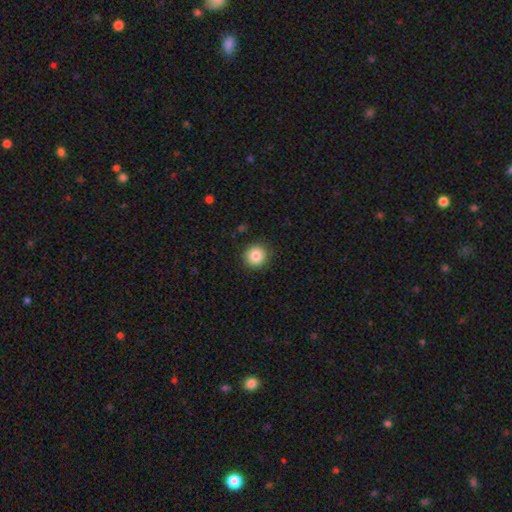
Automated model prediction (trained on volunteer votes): Smooth or featured? smooth (84%)
How rounded? round (94%)
Merging? none (91%)